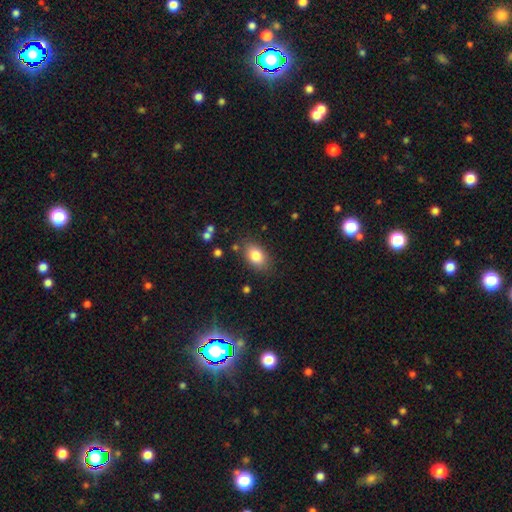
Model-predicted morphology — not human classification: Smooth or featured? smooth (83%)
How rounded? in between (87%)
Merging? none (82%)